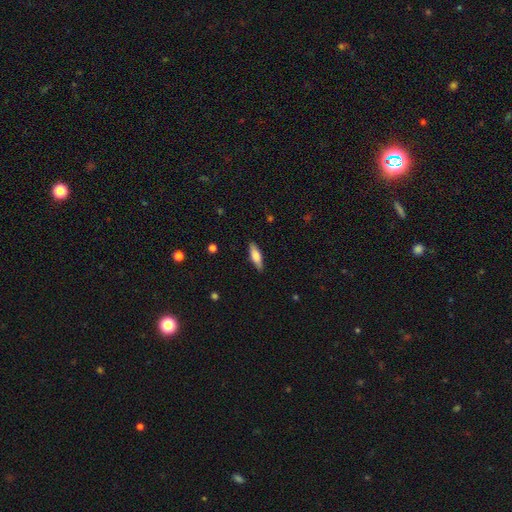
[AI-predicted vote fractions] A smooth galaxy with no disk features (66%) that is cigar-shaped (51%). Merging: none (86%).